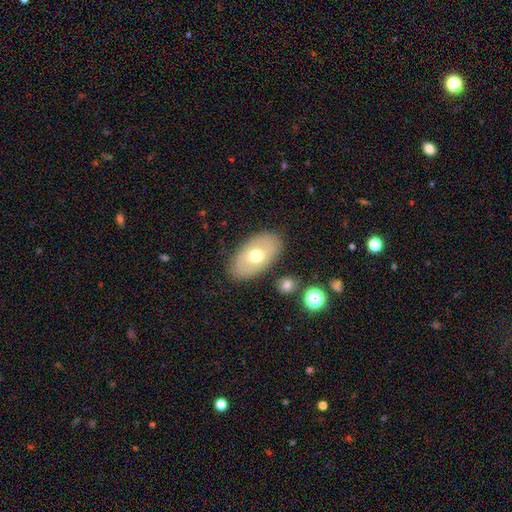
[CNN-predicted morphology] A smooth galaxy with no disk features (57%) that is in between round and cigar-shaped (93%).

Vote fractions:
- Smooth or featured? smooth: 57% / featured or disk: 36% / star or artifact: 7%
- How rounded? in between: 93% / round: 6% / cigar-shaped: 1%
- Merging? none: 83% / minor disturbance: 11% / major disturbance: 3% / merger: 3%